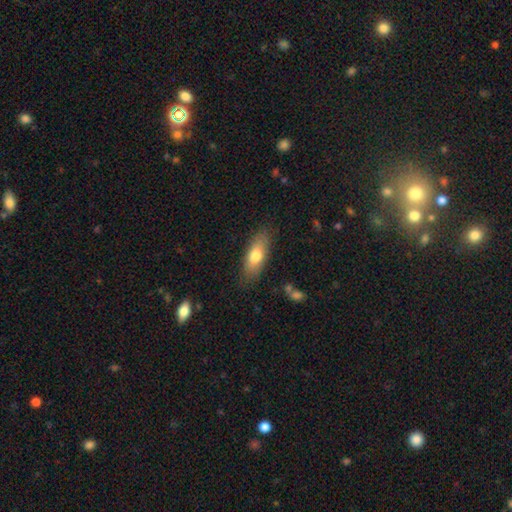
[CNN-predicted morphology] Smooth or featured?
  - smooth: 74% *
  - featured or disk: 20%
  - star or artifact: 6%
How rounded?
  - in between: 70% *
  - cigar-shaped: 28%
  - round: 3%
Merging?
  - none: 82% *
  - minor disturbance: 13%
  - major disturbance: 3%
  - merger: 2%